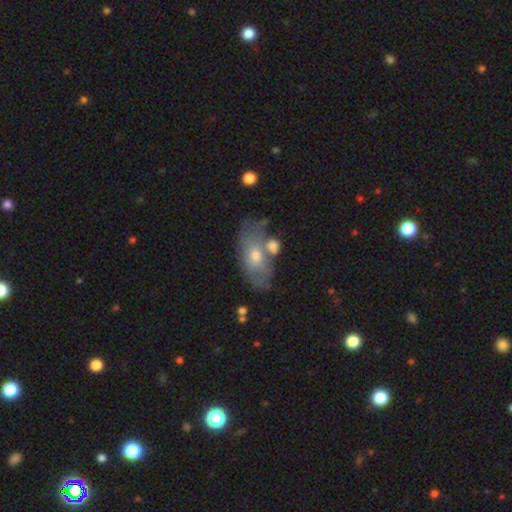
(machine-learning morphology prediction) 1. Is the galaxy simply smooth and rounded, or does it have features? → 54% smooth, 39% featured or disk, 7% star or artifact.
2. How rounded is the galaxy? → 89% in between, 7% round, 4% cigar-shaped.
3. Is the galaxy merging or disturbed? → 54% none, 20% minor disturbance, 18% merger, 8% major disturbance.